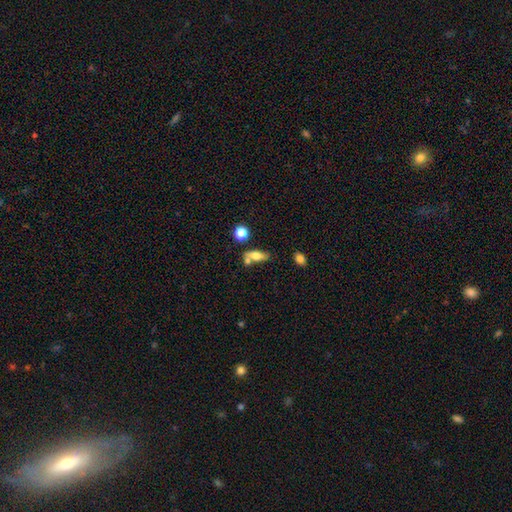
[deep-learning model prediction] A smooth galaxy with no disk features (68%) that is in between round and cigar-shaped (68%).

Vote fractions:
- Smooth or featured? smooth: 68% / featured or disk: 23% / star or artifact: 9%
- How rounded? in between: 68% / cigar-shaped: 25% / round: 7%
- Merging? none: 51% / merger: 28% / minor disturbance: 15% / major disturbance: 6%